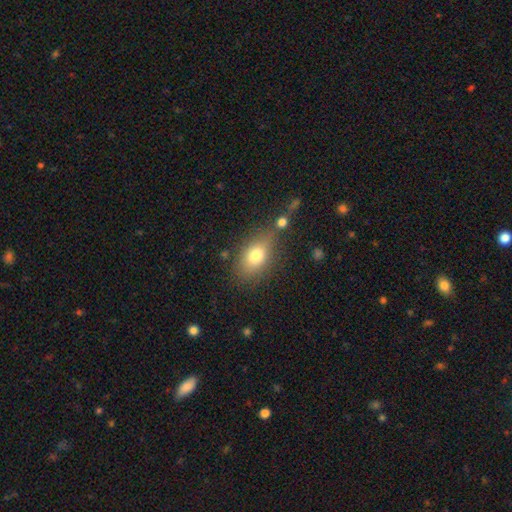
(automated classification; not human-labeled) The model was most divided on "merging": none: 63%, minor disturbance: 17%, merger: 13%, major disturbance: 8%. More confident: how rounded — in between (77%); smooth or featured — smooth (75%).